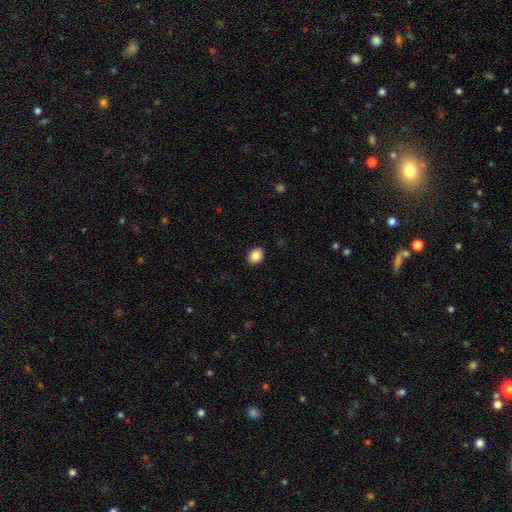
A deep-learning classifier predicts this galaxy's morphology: Smooth or featured: smooth — 87% (star or artifact — 9%)
How rounded: round — 54% (in between — 45%)
Merging: none — 91% (minor disturbance — 6%)